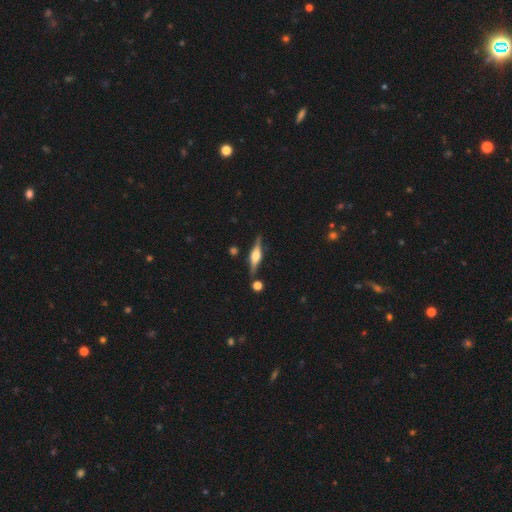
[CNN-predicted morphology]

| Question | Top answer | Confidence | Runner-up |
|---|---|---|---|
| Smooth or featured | featured or disk | 76% | smooth (17%) |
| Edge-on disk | yes | 97% | no (3%) |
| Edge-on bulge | rounded | 80% | boxy (17%) |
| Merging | none | 83% | minor disturbance (10%) |